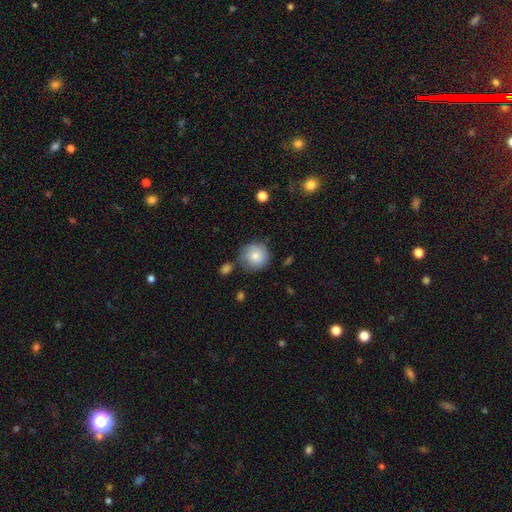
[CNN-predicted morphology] Smooth or featured?
  - smooth: 81% *
  - featured or disk: 12%
  - star or artifact: 7%
How rounded?
  - round: 93% *
  - in between: 6%
  - cigar-shaped: 1%
Merging?
  - none: 74% *
  - minor disturbance: 17%
  - merger: 4%
  - major disturbance: 4%